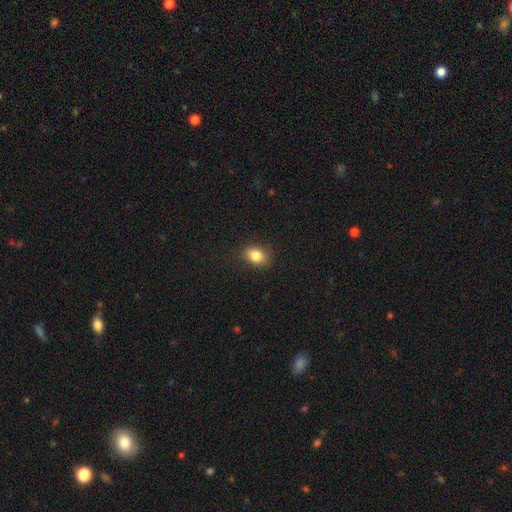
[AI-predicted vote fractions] Smooth or featured?
  - smooth: 83% *
  - star or artifact: 10%
  - featured or disk: 7%
How rounded?
  - in between: 70% *
  - round: 29%
  - cigar-shaped: 1%
Merging?
  - none: 85% *
  - minor disturbance: 11%
  - major disturbance: 3%
  - merger: 1%